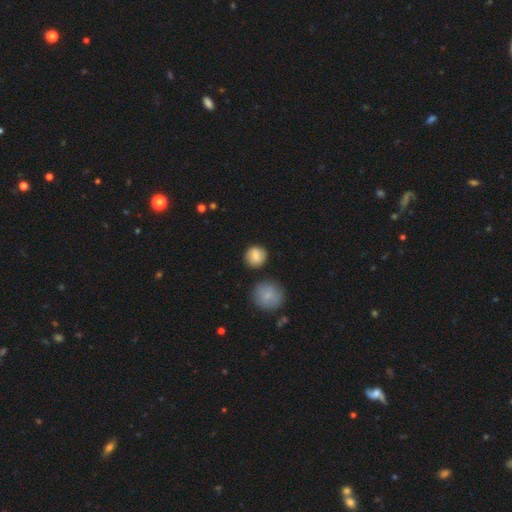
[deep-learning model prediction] smooth-or-featured: smooth: 81% | featured or disk: 12% | star or artifact: 7%
  how-rounded: round: 90% | in between: 9% | cigar-shaped: 1%
  merging: none: 82% | minor disturbance: 11% | merger: 4% | major disturbance: 3%